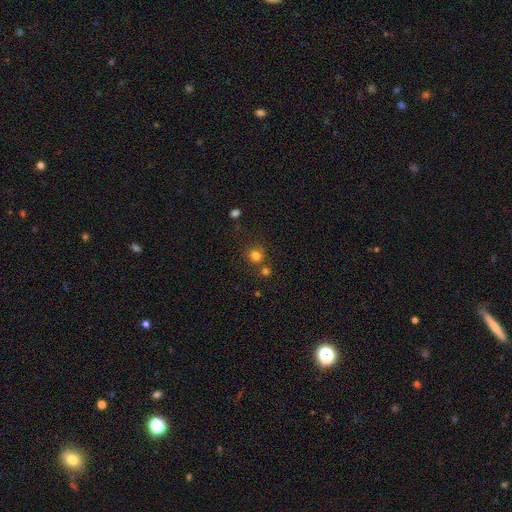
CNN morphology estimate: smooth 79%, star or artifact 15%, featured or disk 6%. Down the decision tree: how rounded — round (90%); merging — none (69%).